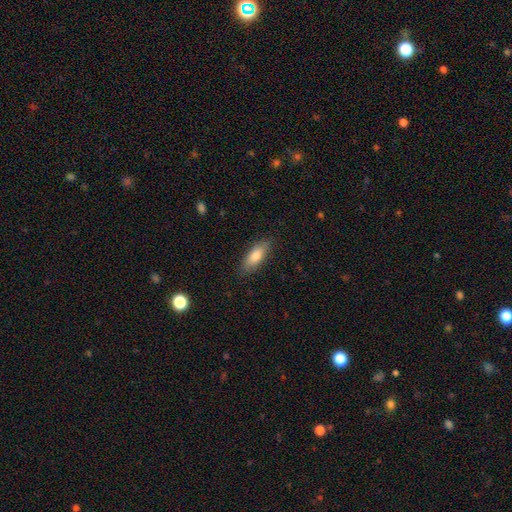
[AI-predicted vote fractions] The model was most divided on "how rounded": in between: 73%, cigar-shaped: 25%, round: 3%. More confident: merging — none (85%); smooth or featured — smooth (78%).